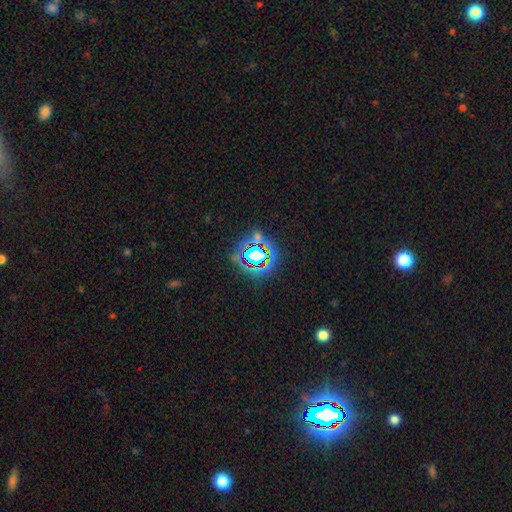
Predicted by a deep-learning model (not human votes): Overall: star or artifact (69%).